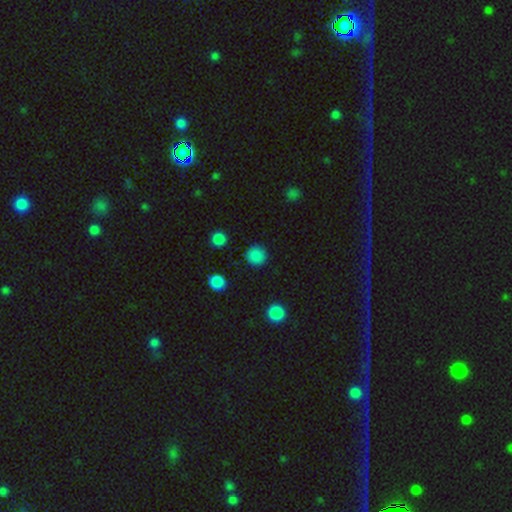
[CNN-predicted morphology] type=smooth (85%); roundness=round (93%); merging=none (89%).